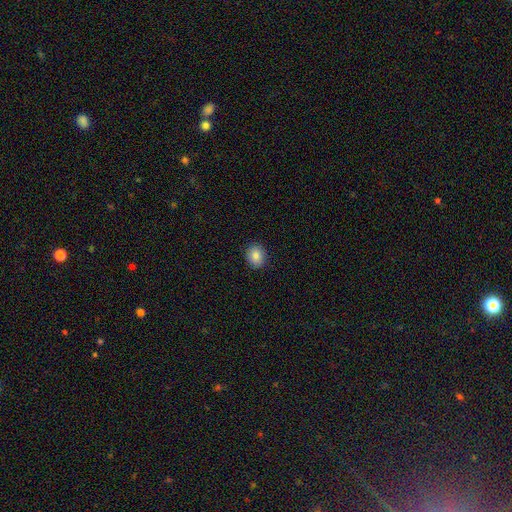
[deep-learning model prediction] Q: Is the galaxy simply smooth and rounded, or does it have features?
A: smooth — 84%.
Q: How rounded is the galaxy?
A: round — 66%.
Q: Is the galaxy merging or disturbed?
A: none — 90%.